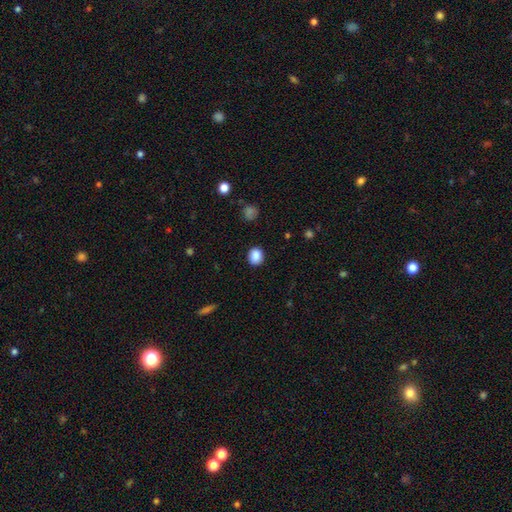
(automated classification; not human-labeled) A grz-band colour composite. It shows a smooth galaxy with no disk features (87%) that is round (67%). Merging: none (89%).